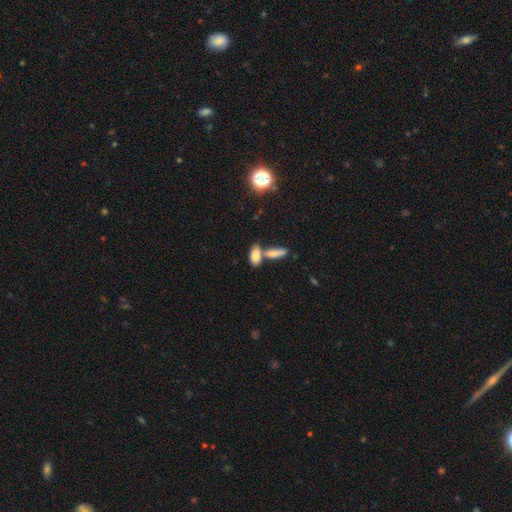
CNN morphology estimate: Smooth or featured: smooth — 79% (featured or disk — 12%)
How rounded: in between — 84% (cigar-shaped — 12%)
Merging: merger — 49% (none — 38%)